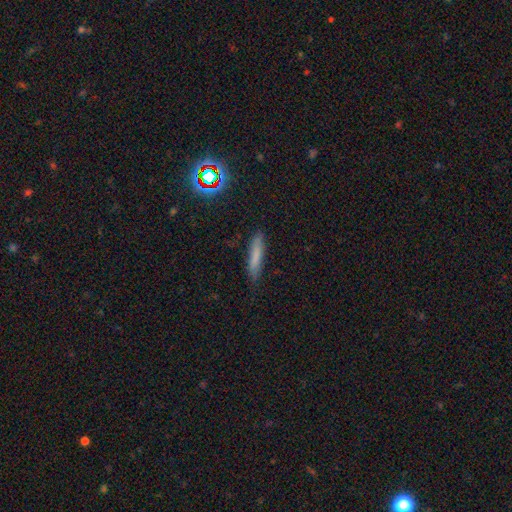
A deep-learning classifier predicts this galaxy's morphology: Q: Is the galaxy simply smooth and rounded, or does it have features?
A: smooth — 72%.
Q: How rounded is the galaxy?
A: cigar-shaped — 89%.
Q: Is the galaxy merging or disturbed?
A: none — 81%.